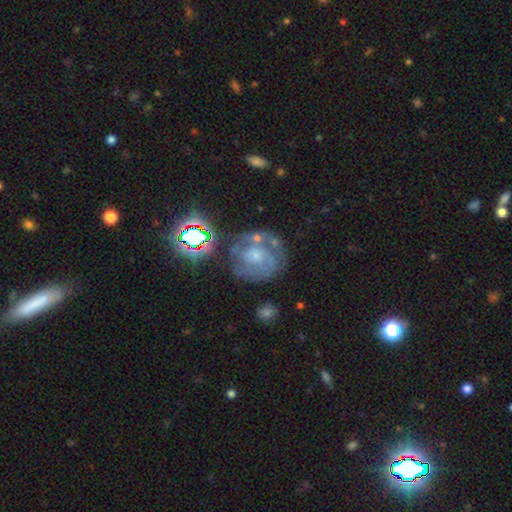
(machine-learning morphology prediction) type=featured or disk (63%); edge-on=no (97%); bar=no (72%); spiral arms=yes (67%); bulge=moderate (40%); merging=none (57%).